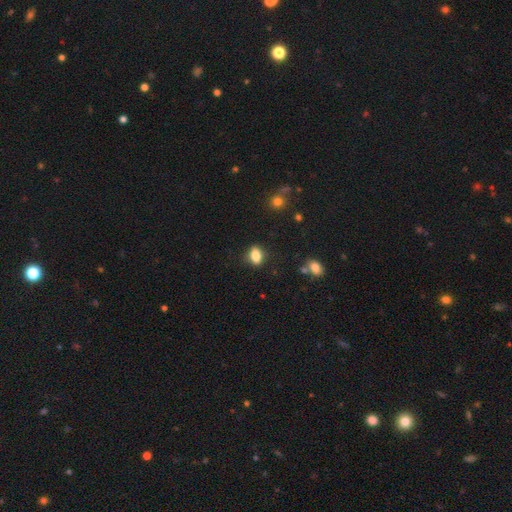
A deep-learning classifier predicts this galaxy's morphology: Smooth or featured?
  - smooth: 79% *
  - featured or disk: 12%
  - star or artifact: 9%
How rounded?
  - in between: 76% *
  - round: 19%
  - cigar-shaped: 6%
Merging?
  - none: 82% *
  - minor disturbance: 13%
  - major disturbance: 3%
  - merger: 2%